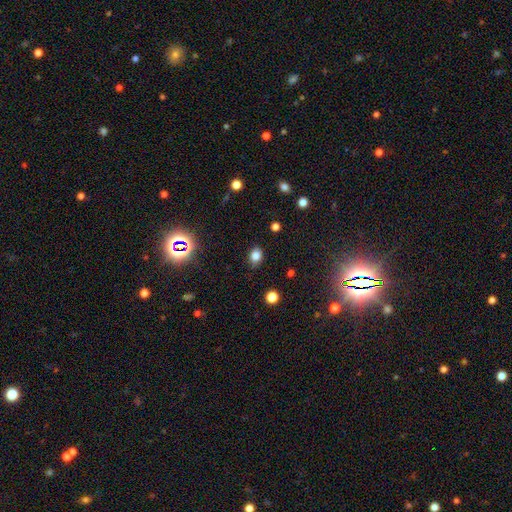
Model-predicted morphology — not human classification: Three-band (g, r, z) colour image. It shows a smooth galaxy with no disk features (79%) that is in between round and cigar-shaped (55%). Merging: none (83%).